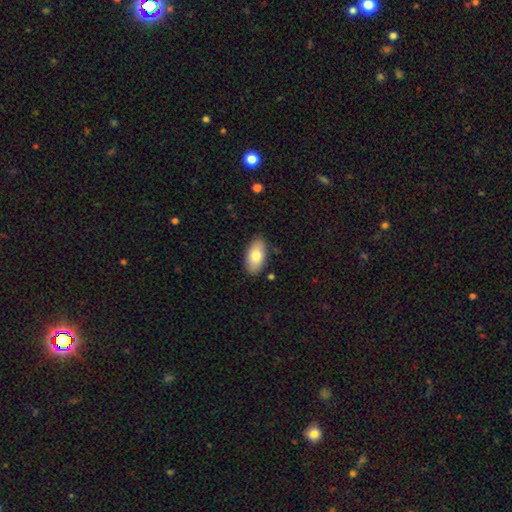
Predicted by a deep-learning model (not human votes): The model was most divided on "smooth or featured": smooth: 80%, featured or disk: 14%, star or artifact: 6%. More confident: how rounded — in between (93%); merging — none (85%).